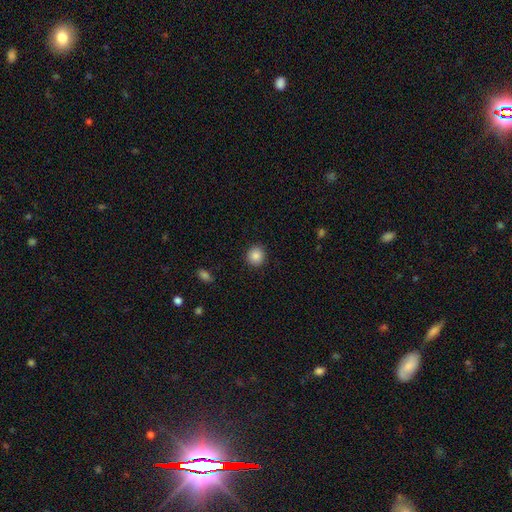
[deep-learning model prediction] Overall: smooth (87%). How rounded: round (91%). Merging: none (92%).